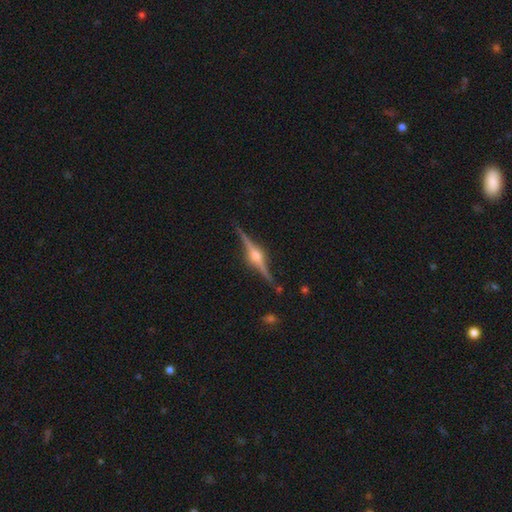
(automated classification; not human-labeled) Smooth or featured: featured or disk — 89% (star or artifact — 5%)
Edge-on disk: yes — 98% (no — 2%)
Edge-on bulge: rounded — 93% (boxy — 5%)
Merging: none — 89% (minor disturbance — 8%)